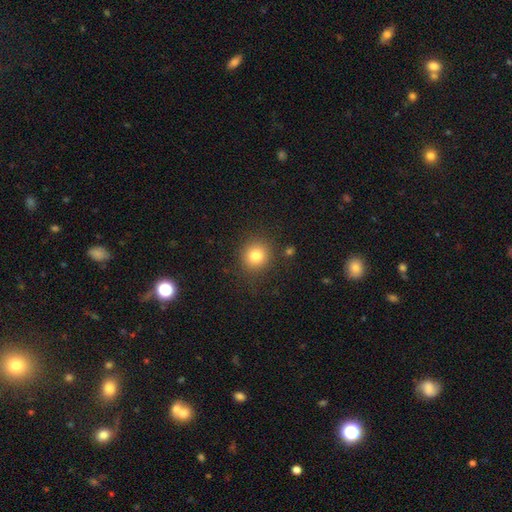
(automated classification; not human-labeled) Smooth or featured?
  - smooth: 81% *
  - star or artifact: 11%
  - featured or disk: 7%
How rounded?
  - round: 90% *
  - in between: 9%
  - cigar-shaped: 1%
Merging?
  - none: 86% *
  - minor disturbance: 9%
  - major disturbance: 3%
  - merger: 2%